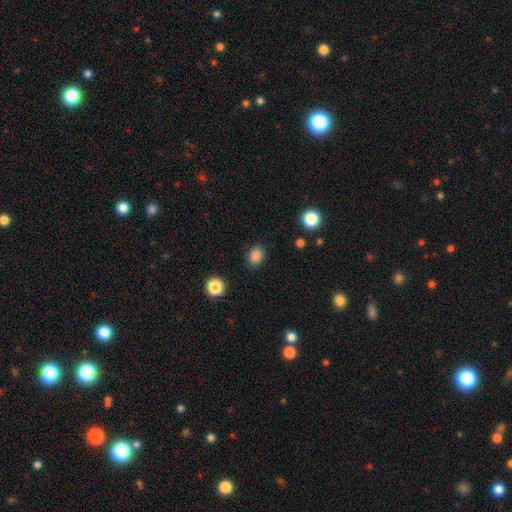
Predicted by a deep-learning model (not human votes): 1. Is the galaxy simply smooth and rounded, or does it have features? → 86% smooth, 11% star or artifact, 3% featured or disk.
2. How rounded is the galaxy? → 52% in between, 47% round, 1% cigar-shaped.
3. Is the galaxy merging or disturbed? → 87% none, 9% minor disturbance, 3% major disturbance, 1% merger.